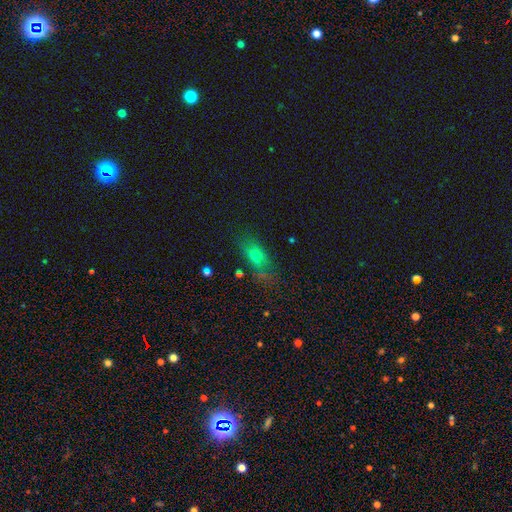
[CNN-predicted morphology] smooth-or-featured: smooth: 63% | featured or disk: 20% | star or artifact: 16%
  how-rounded: in between: 68% | cigar-shaped: 24% | round: 9%
  merging: none: 63% | minor disturbance: 21% | major disturbance: 10% | merger: 6%